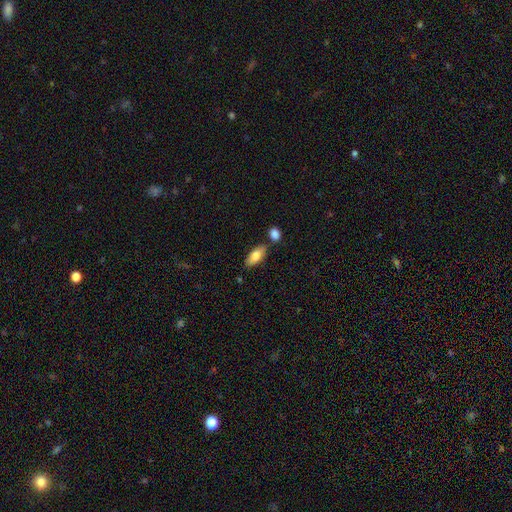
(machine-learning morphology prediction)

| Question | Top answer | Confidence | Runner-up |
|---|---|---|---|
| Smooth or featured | smooth | 79% | featured or disk (15%) |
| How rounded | in between | 85% | cigar-shaped (12%) |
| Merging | none | 74% | merger (12%) |